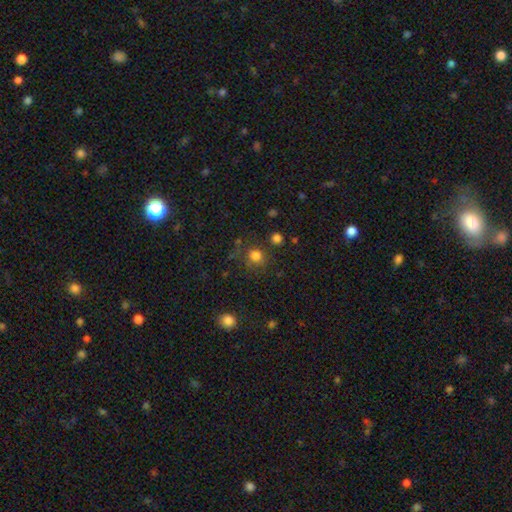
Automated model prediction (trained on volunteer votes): This is likely a smooth galaxy (79%). How rounded: clearly round (90%). Merging: likely none (78%).